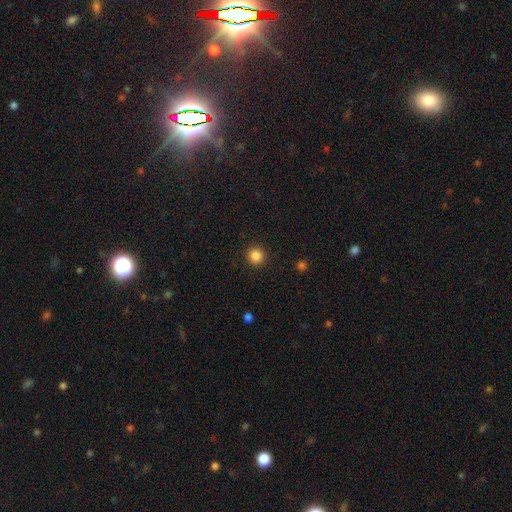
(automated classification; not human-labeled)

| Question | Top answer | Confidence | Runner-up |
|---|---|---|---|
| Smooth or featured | smooth | 86% | star or artifact (11%) |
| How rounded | round | 94% | in between (5%) |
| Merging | none | 92% | minor disturbance (5%) |